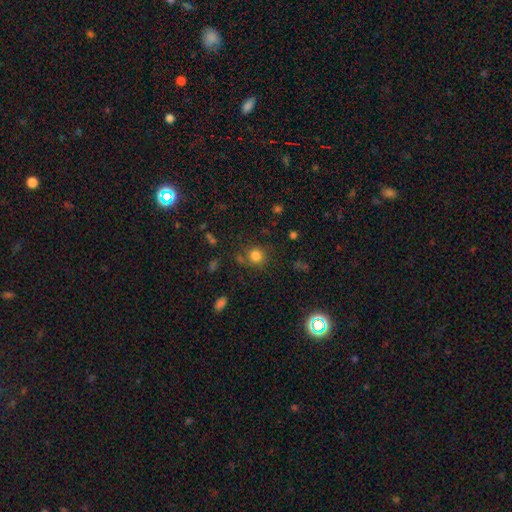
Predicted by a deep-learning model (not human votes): Smooth or featured?
  - smooth: 80% *
  - star or artifact: 14%
  - featured or disk: 6%
How rounded?
  - round: 90% *
  - in between: 9%
  - cigar-shaped: 1%
Merging?
  - none: 77% *
  - minor disturbance: 11%
  - merger: 7%
  - major disturbance: 5%